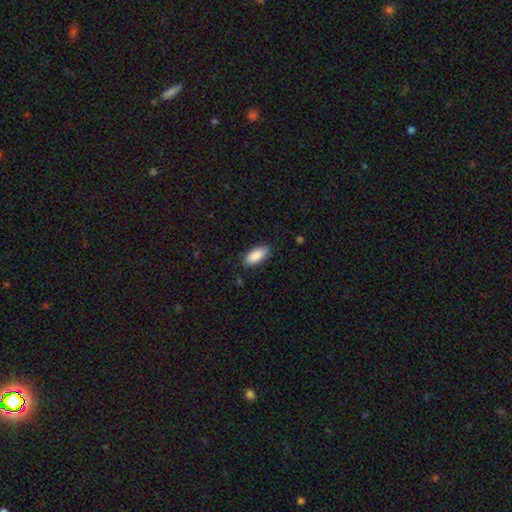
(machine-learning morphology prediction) Smooth or featured: smooth — 89% (star or artifact — 6%)
How rounded: in between — 85% (cigar-shaped — 13%)
Merging: none — 84% (minor disturbance — 13%)